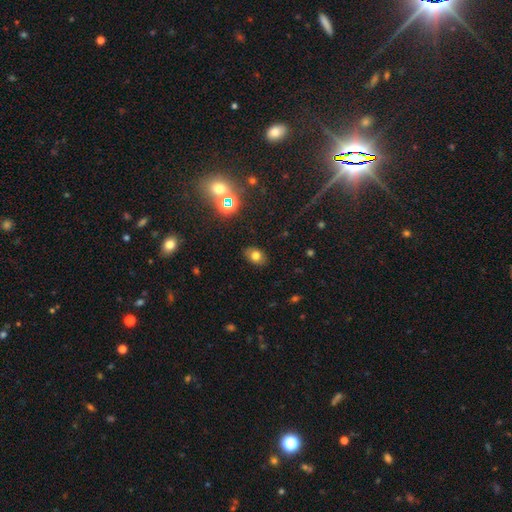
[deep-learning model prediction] A smooth galaxy with no disk features (71%) that is in between round and cigar-shaped (78%).

Vote fractions:
- Smooth or featured? smooth: 71% / star or artifact: 16% / featured or disk: 13%
- How rounded? in between: 78% / round: 21% / cigar-shaped: 1%
- Merging? none: 86% / minor disturbance: 10% / major disturbance: 3% / merger: 1%